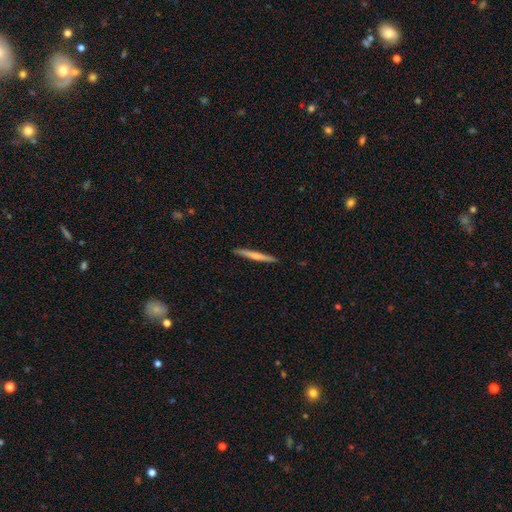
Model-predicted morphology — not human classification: The model was most divided on "smooth or featured": smooth: 58%, featured or disk: 37%, star or artifact: 5%. More confident: how rounded — cigar-shaped (96%); merging — none (92%).